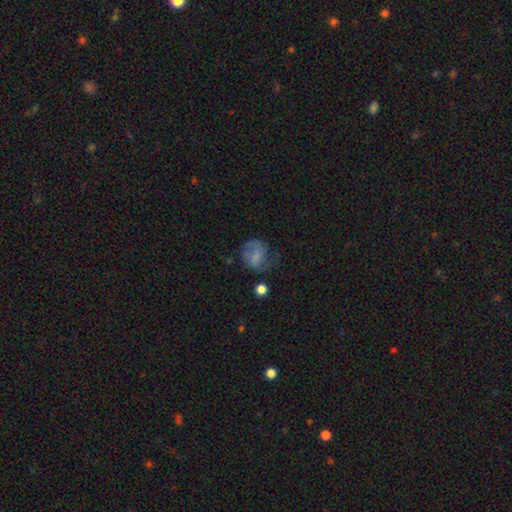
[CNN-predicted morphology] smooth-or-featured: smooth: 61% | featured or disk: 28% | star or artifact: 11%
  how-rounded: round: 60% | in between: 39% | cigar-shaped: 1%
  merging: none: 44% | minor disturbance: 28% | major disturbance: 25% | merger: 3%